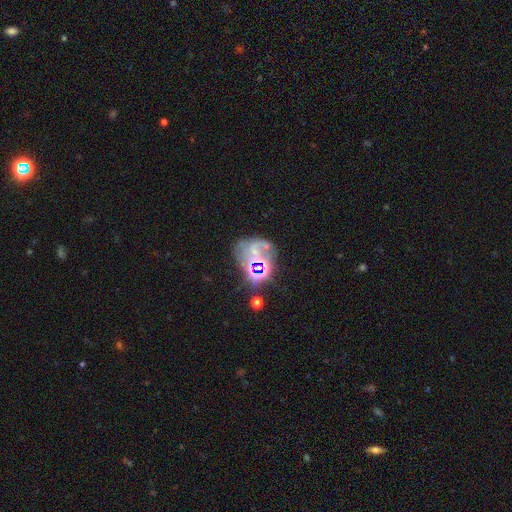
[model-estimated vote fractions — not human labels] smooth-or-featured: star or artifact: 44% | featured or disk: 38% | smooth: 17%